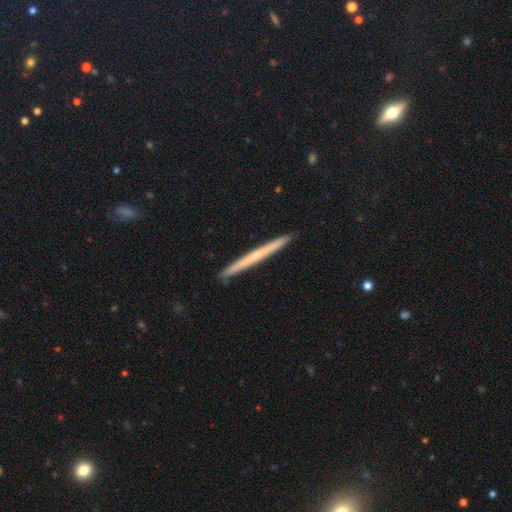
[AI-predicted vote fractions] smooth-or-featured: featured or disk: 50% | smooth: 44% | star or artifact: 6%
  disk-edge-on: yes: 98% | no: 2%
  merging: none: 93% | minor disturbance: 5% | major disturbance: 1% | merger: 1%